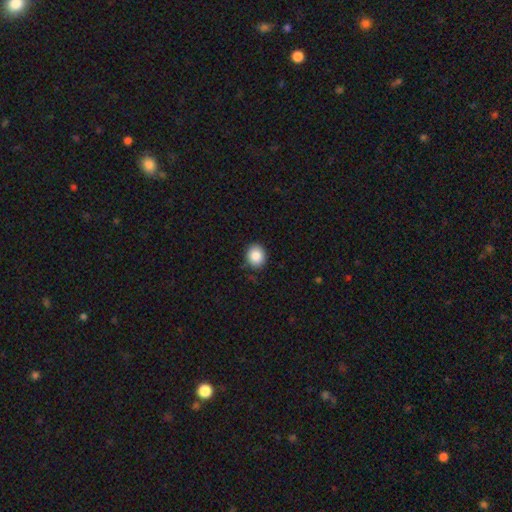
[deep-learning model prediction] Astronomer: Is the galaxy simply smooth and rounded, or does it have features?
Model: smooth — 87%.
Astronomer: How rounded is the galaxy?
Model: round — 73%.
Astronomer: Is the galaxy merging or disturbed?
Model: none — 86%.